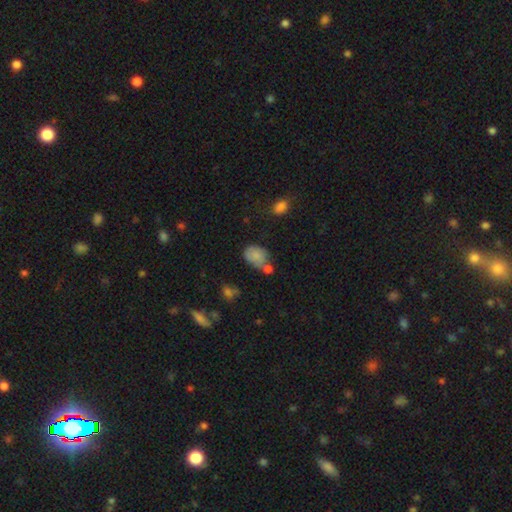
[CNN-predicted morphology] A smooth galaxy with no disk features (80%) that is in between round and cigar-shaped (73%).

Vote fractions:
- Smooth or featured? smooth: 80% / featured or disk: 10% / star or artifact: 10%
- How rounded? in between: 73% / round: 26% / cigar-shaped: 1%
- Merging? none: 43% / minor disturbance: 24% / merger: 23% / major disturbance: 9%